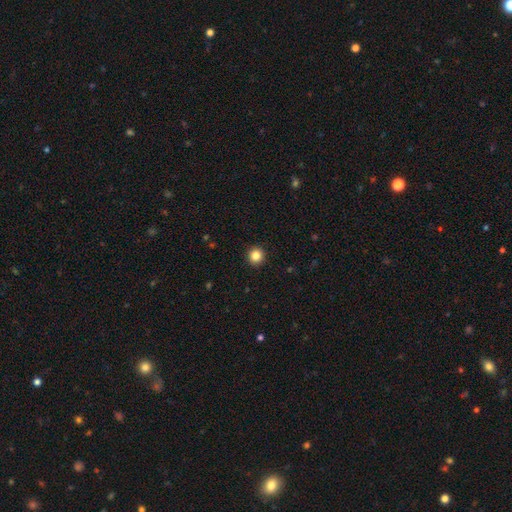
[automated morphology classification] type=smooth (84%); roundness=round (94%); merging=none (93%).